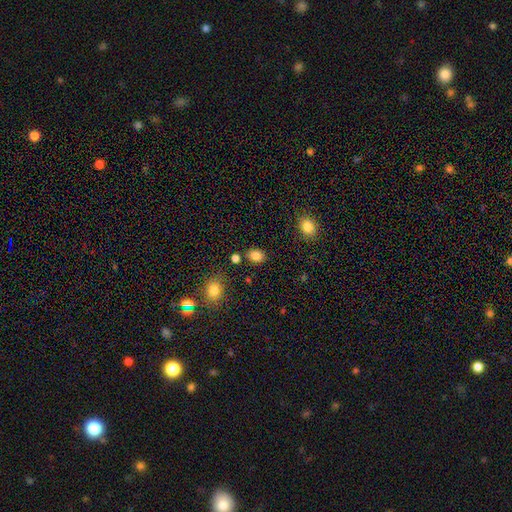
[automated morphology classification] Overall: smooth (85%). How rounded: in between (65%; round 34%). Merging: none (82%).